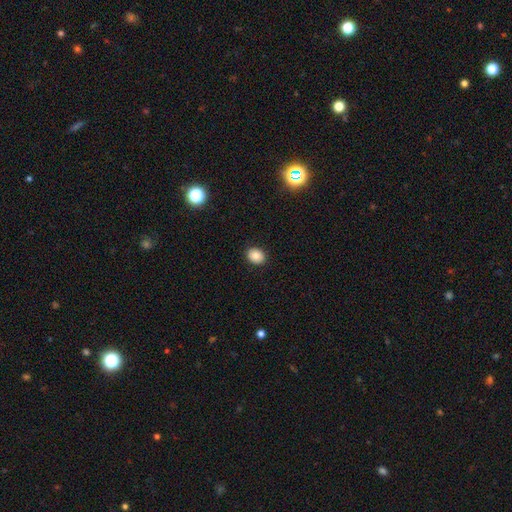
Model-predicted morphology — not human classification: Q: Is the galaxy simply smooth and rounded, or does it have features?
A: smooth — 84%.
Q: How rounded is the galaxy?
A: round — 54%.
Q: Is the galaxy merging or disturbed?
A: none — 90%.